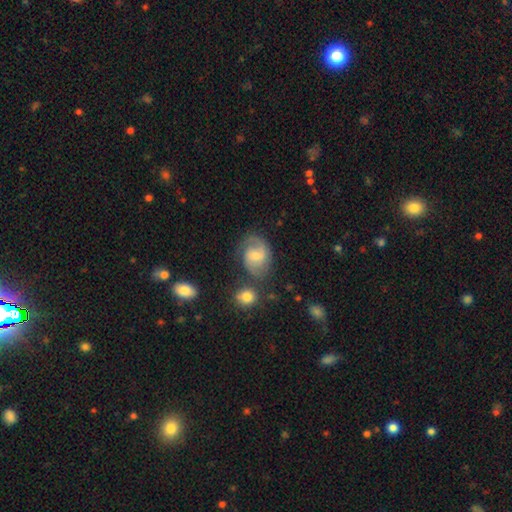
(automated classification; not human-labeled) This appears to be a featured or disk galaxy (72%) with a weak bar (51%), 2 (77%) medium (51%) spiral arms (93%) and a small central bulge (46%). Merging: none (64%).